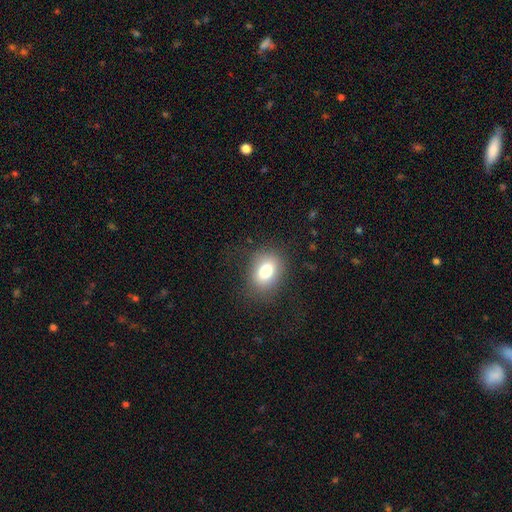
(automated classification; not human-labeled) This is likely a smooth galaxy (74%). How rounded: possibly in between (59%). Merging: clearly none (83%).